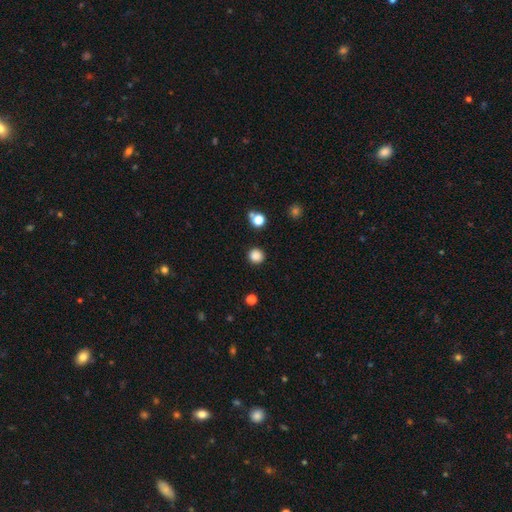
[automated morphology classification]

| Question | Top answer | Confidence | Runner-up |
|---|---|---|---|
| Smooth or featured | smooth | 86% | star or artifact (11%) |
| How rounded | round | 93% | in between (6%) |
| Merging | none | 90% | minor disturbance (6%) |